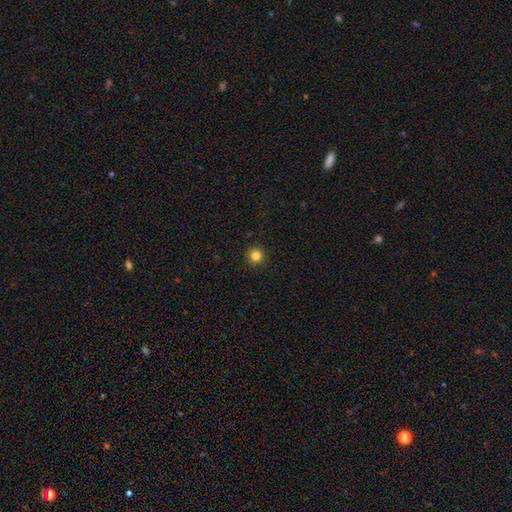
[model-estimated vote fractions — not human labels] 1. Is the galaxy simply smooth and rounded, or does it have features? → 82% smooth, 13% star or artifact, 5% featured or disk.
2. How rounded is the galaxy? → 95% round, 4% in between, 1% cigar-shaped.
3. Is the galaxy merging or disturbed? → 93% none, 5% minor disturbance, 2% major disturbance, 1% merger.